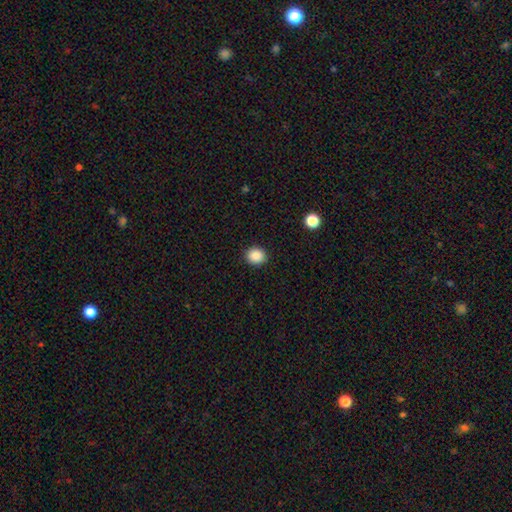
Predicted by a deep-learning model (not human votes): Q: Smooth or featured?
A: smooth (88%); runner-up: star or artifact (9%)
Q: How rounded?
A: round (83%); runner-up: in between (16%)
Q: Merging?
A: none (92%); runner-up: minor disturbance (6%)